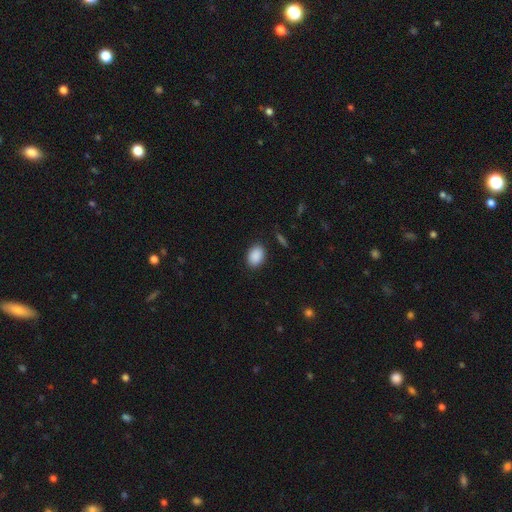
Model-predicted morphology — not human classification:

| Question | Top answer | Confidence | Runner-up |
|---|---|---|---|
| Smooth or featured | smooth | 90% | star or artifact (7%) |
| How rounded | in between | 80% | round (19%) |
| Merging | none | 88% | minor disturbance (8%) |